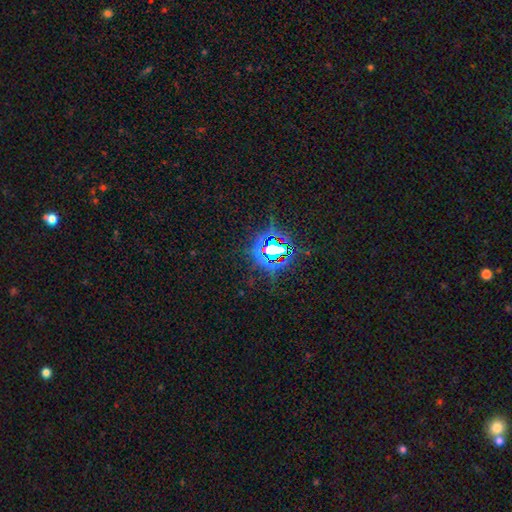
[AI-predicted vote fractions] The model was most divided on "smooth or featured": star or artifact: 79%, smooth: 14%, featured or disk: 7%.